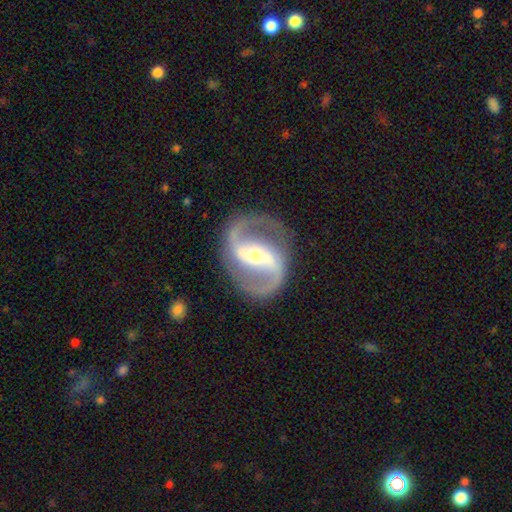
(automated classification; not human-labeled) Smooth or featured? Predicted: featured or disk (p=0.92). Edge-on disk? Predicted: no (p=0.98). Bar? Predicted: strong (p=0.54). Spiral arms? Predicted: yes (p=0.97). Spiral winding? Predicted: medium (p=0.59). Spiral arm count? Predicted: 2 (p=0.94). Bulge size? Predicted: small (p=0.58). Merging? Predicted: none (p=0.85).